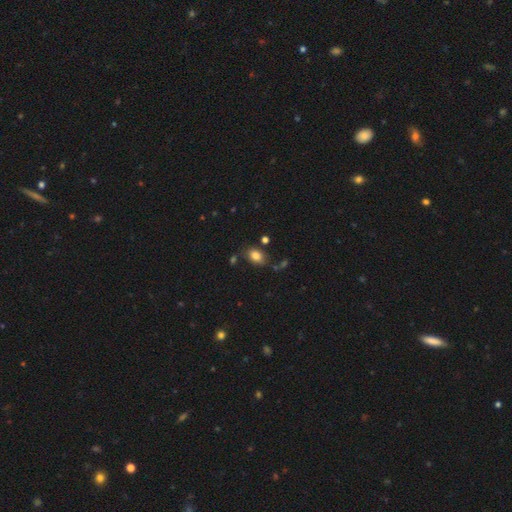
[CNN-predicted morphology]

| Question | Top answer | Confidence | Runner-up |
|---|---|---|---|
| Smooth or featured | smooth | 82% | star or artifact (10%) |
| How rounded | in between | 81% | round (17%) |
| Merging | none | 76% | minor disturbance (14%) |